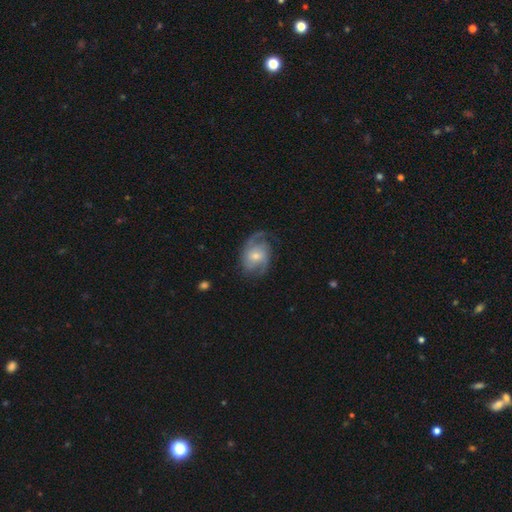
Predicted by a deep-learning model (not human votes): Smooth or featured? Predicted: featured or disk (p=0.79). Edge-on disk? Predicted: no (p=0.97). Bar? Predicted: no (p=0.58). Spiral arms? Predicted: yes (p=0.94). Spiral winding? Predicted: medium (p=0.47). Spiral arm count? Predicted: 2 (p=0.66). Bulge size? Predicted: small (p=0.50). Merging? Predicted: none (p=0.68).